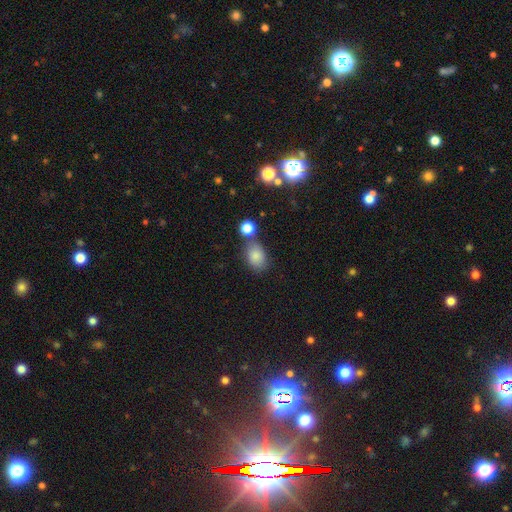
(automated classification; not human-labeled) A smooth galaxy with no disk features (82%) that is in between round and cigar-shaped (76%).

Vote fractions:
- Smooth or featured? smooth: 82% / star or artifact: 11% / featured or disk: 8%
- How rounded? in between: 76% / round: 22% / cigar-shaped: 1%
- Merging? none: 62% / minor disturbance: 17% / merger: 16% / major disturbance: 5%